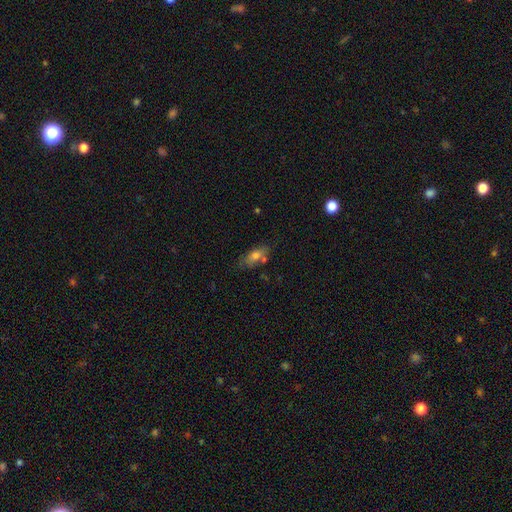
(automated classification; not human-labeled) Morphology: type=smooth (68%); roundness=in between (79%); merging=none (61%).